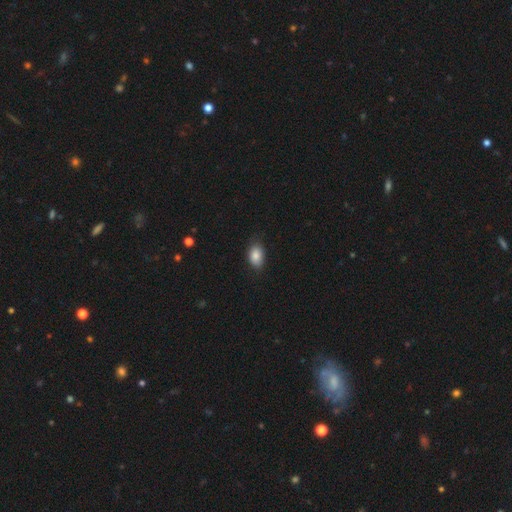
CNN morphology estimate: smooth_or_featured: smooth (p=0.86) [alt: star or artifact p=0.08]
how_rounded: in between (p=0.86) [alt: round p=0.12]
merging: none (p=0.78) [alt: minor disturbance p=0.18]